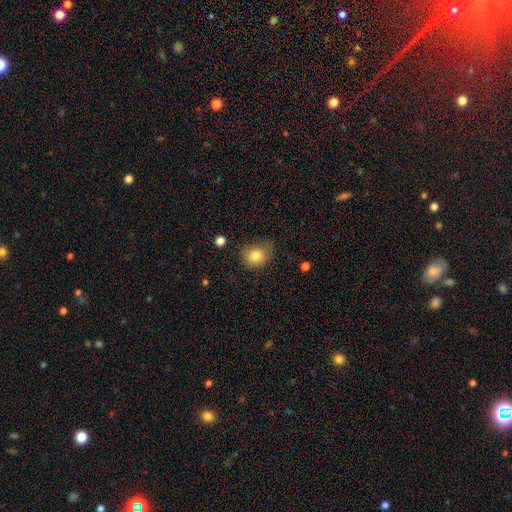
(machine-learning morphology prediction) This appears to be a smooth galaxy with no disk features (81%) that is round (72%). Merging: none (64%).